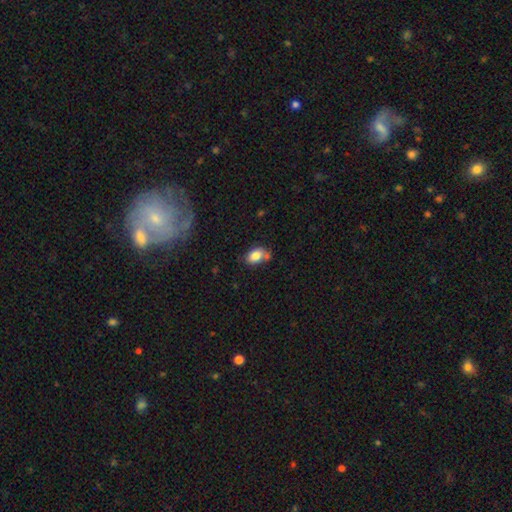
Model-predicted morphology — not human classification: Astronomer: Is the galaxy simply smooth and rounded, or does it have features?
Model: smooth — 83%.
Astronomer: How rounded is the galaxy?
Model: in between — 84%.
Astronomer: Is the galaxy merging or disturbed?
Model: none — 57%.